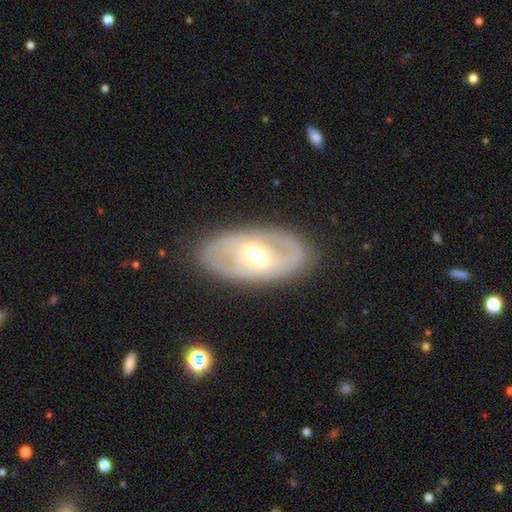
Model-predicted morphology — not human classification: This is likely a featured or disk galaxy (72%). It is clearly not viewed edge-on (91%). Bar: marginally weak (44%). Spiral arm pattern: possibly yes (53%). Central bulge: likely moderate (70%). Merging: clearly none (82%).